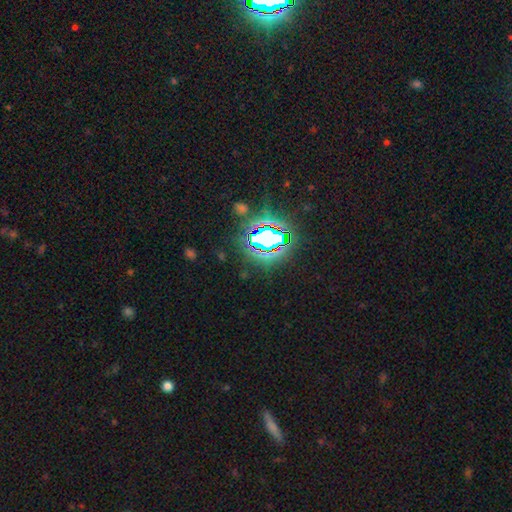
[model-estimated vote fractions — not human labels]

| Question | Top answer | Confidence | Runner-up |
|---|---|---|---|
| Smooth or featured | star or artifact | 80% | smooth (12%) |